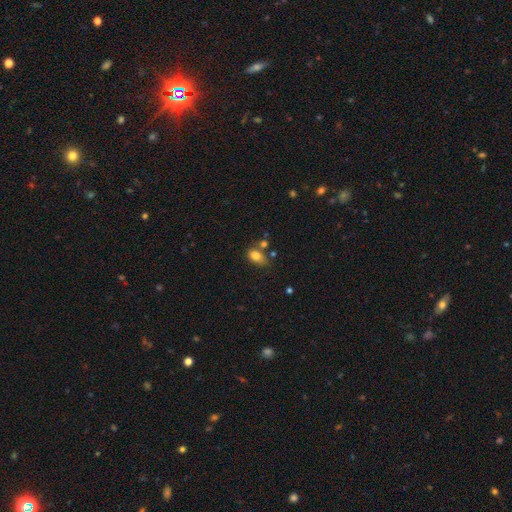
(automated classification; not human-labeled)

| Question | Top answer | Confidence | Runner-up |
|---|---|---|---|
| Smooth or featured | smooth | 80% | star or artifact (10%) |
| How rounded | in between | 79% | round (19%) |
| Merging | none | 54% | minor disturbance (23%) |